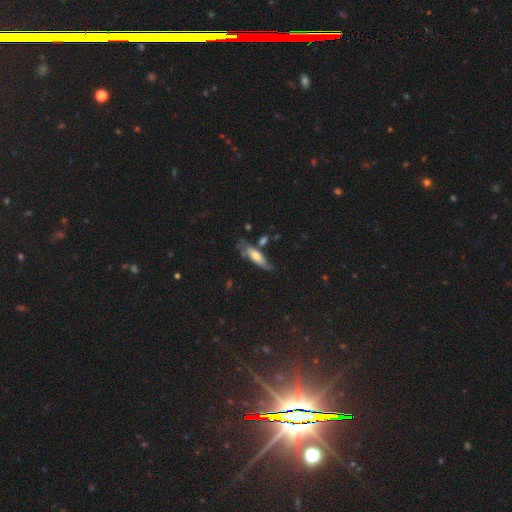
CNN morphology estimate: Overall: smooth (54%; featured or disk 39%). How rounded: cigar-shaped (56%; in between 42%). Merging: none (56%; minor disturbance 26%).